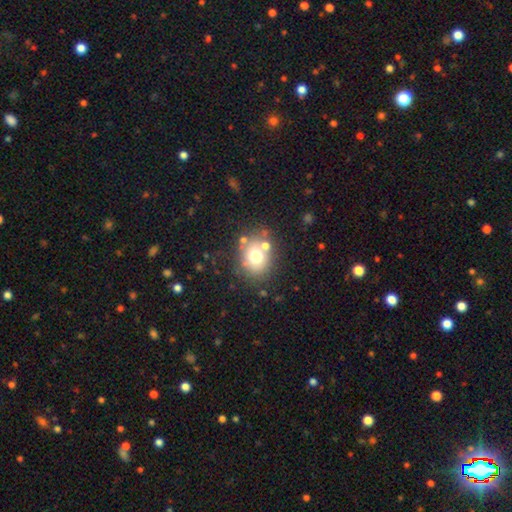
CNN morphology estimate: smooth-or-featured: smooth: 67% | featured or disk: 20% | star or artifact: 13%
  how-rounded: round: 60% | in between: 39% | cigar-shaped: 1%
  merging: none: 66% | minor disturbance: 14% | merger: 13% | major disturbance: 7%